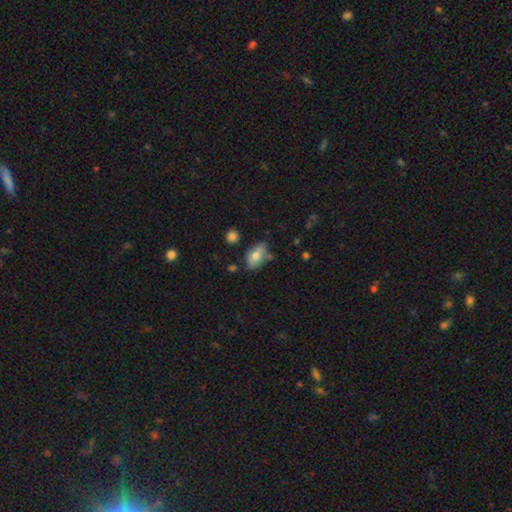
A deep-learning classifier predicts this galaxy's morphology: smooth-or-featured: smooth: 72% | featured or disk: 19% | star or artifact: 8%
  how-rounded: in between: 88% | round: 9% | cigar-shaped: 3%
  merging: none: 63% | minor disturbance: 25% | merger: 6% | major disturbance: 6%